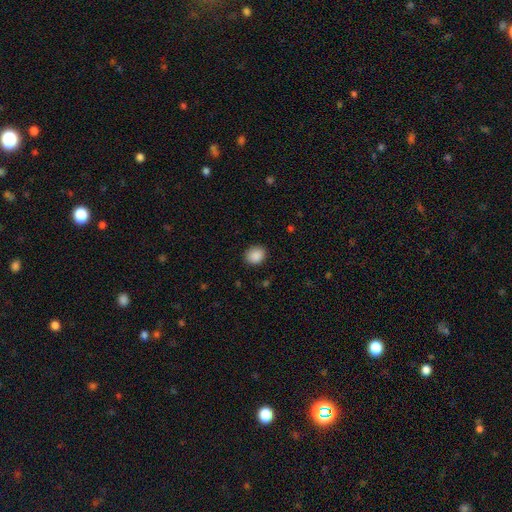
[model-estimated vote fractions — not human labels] Overall: smooth (89%). How rounded: round (61%; in between 38%). Merging: none (87%).